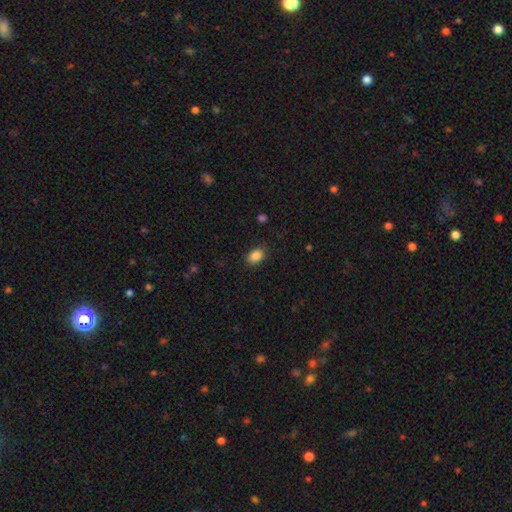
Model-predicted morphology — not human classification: Smooth or featured? Predicted: smooth (p=0.87). How rounded? Predicted: in between (p=0.75). Merging? Predicted: none (p=0.85).